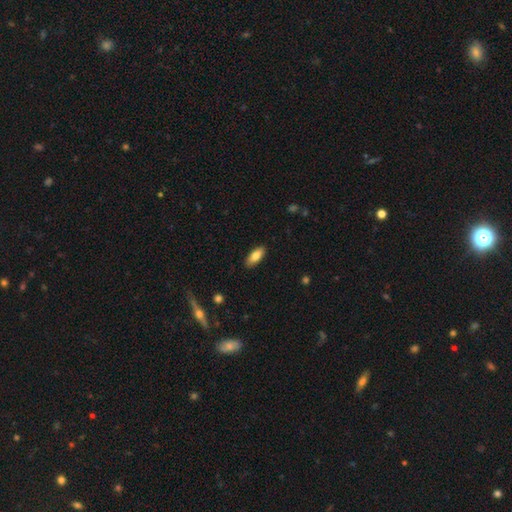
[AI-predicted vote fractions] smooth_or_featured: smooth (p=0.80) [alt: featured or disk p=0.13]
how_rounded: in between (p=0.83) [alt: cigar-shaped p=0.15]
merging: none (p=0.88) [alt: minor disturbance p=0.09]